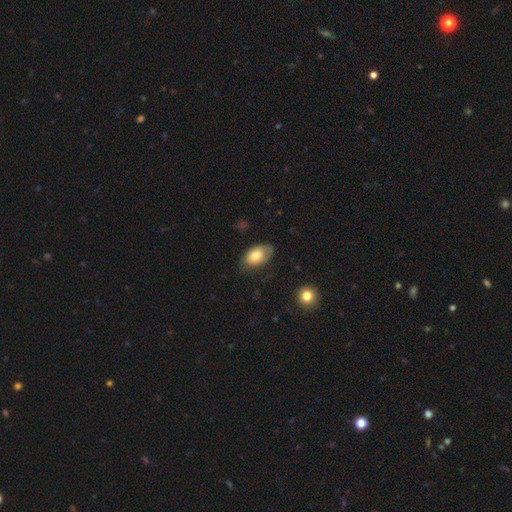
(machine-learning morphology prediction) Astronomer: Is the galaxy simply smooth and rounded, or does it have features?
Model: smooth — 75%.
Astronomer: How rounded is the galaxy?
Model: in between — 92%.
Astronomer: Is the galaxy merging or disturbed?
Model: none — 68%.